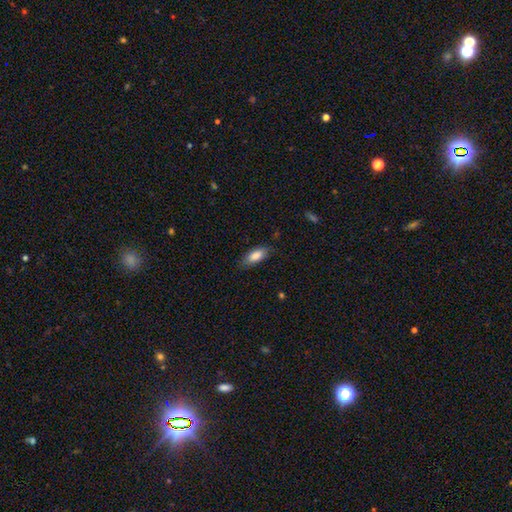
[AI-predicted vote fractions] Q: Smooth or featured?
A: smooth (84%); runner-up: featured or disk (10%)
Q: How rounded?
A: in between (82%); runner-up: cigar-shaped (16%)
Q: Merging?
A: none (78%); runner-up: minor disturbance (17%)